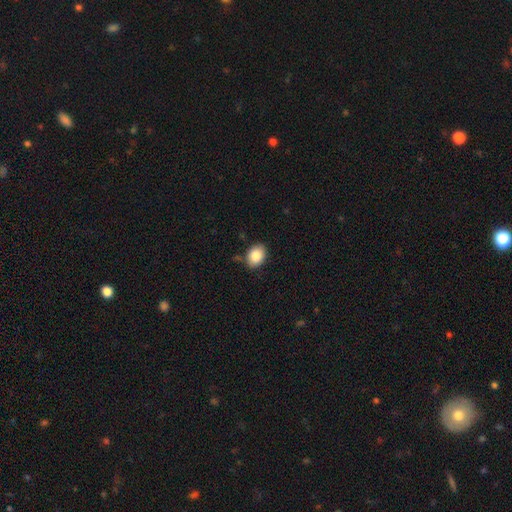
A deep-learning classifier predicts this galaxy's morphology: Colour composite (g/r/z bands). It shows a smooth galaxy with no disk features (86%) that is in between round and cigar-shaped (73%). Merging: none (82%).